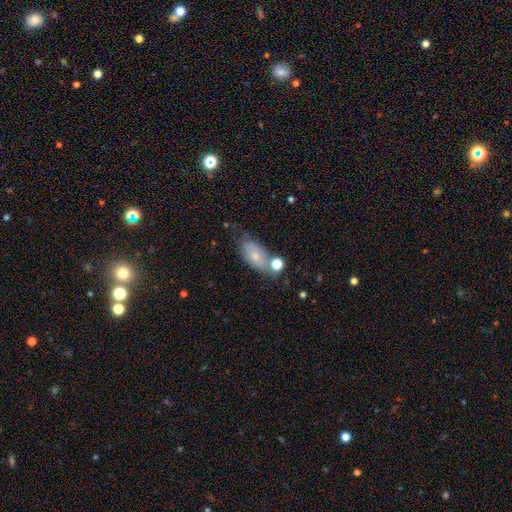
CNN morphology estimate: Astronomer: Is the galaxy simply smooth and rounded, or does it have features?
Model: smooth — 67%.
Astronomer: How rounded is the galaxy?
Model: in between — 86%.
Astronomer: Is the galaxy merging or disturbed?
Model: none — 49%.